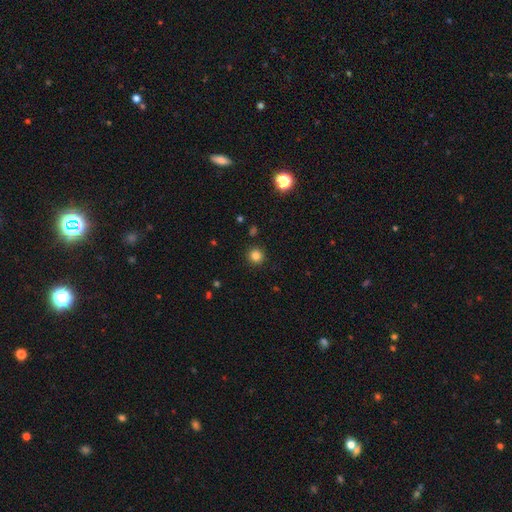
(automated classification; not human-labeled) Morphology: type=smooth (83%); roundness=round (95%); merging=none (92%).